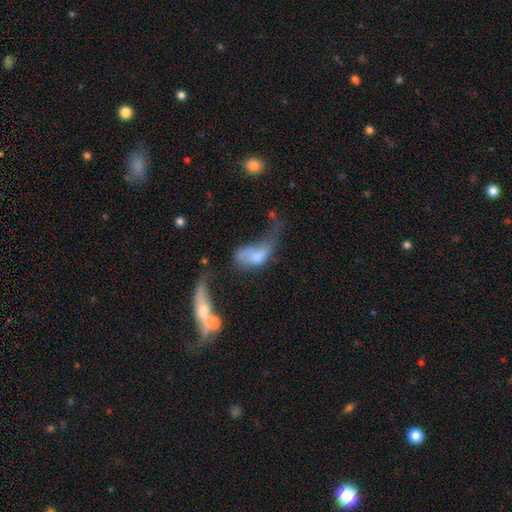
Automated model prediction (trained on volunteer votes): Smooth or featured? smooth (50%)
Merging? major disturbance (43%)